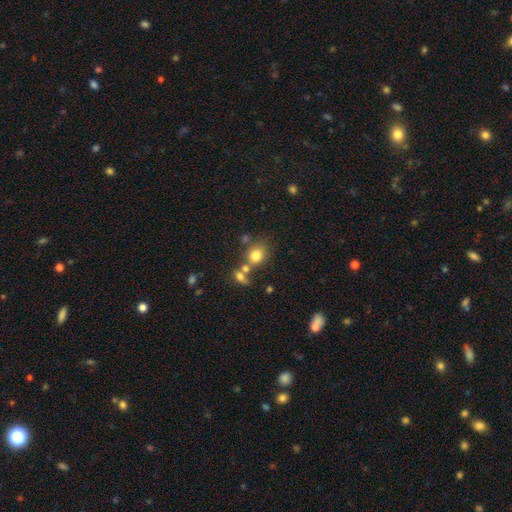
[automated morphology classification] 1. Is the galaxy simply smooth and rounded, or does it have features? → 79% smooth, 11% star or artifact, 10% featured or disk.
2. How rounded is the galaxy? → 61% round, 37% in between, 1% cigar-shaped.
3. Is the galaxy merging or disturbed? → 51% none, 30% merger, 13% minor disturbance, 6% major disturbance.